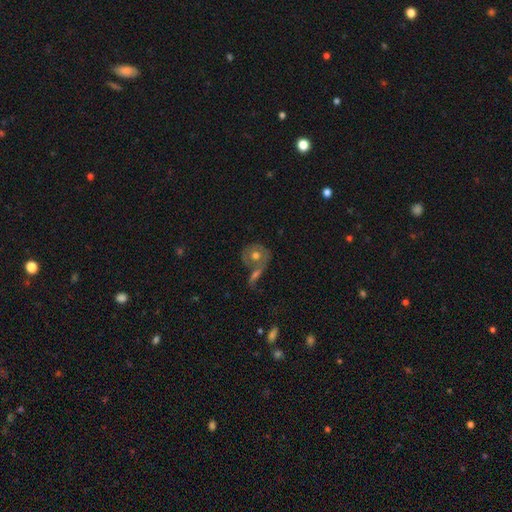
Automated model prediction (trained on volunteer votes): smooth-or-featured: smooth: 50% | featured or disk: 41% | star or artifact: 8%
  how-rounded: round: 80% | in between: 18% | cigar-shaped: 2%
  merging: none: 46% | merger: 36% | minor disturbance: 12% | major disturbance: 7%